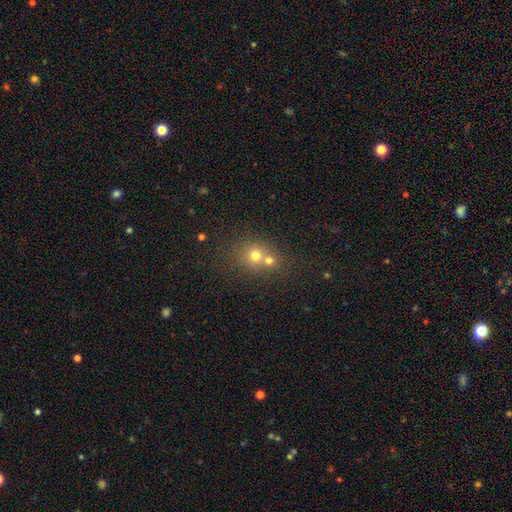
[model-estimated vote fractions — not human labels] smooth_or_featured: smooth (p=0.70) [alt: star or artifact p=0.17]
how_rounded: round (p=0.82) [alt: in between p=0.17]
merging: merger (p=0.48) [alt: none p=0.43]